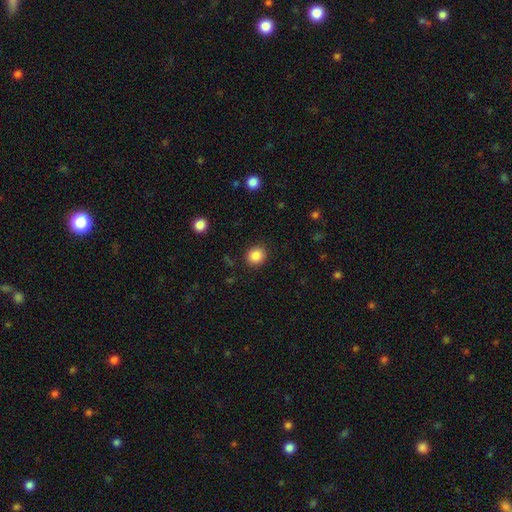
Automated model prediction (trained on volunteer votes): Smooth or featured?
  - smooth: 86% *
  - star or artifact: 10%
  - featured or disk: 4%
How rounded?
  - round: 82% *
  - in between: 17%
  - cigar-shaped: 1%
Merging?
  - none: 89% *
  - minor disturbance: 7%
  - major disturbance: 2%
  - merger: 1%